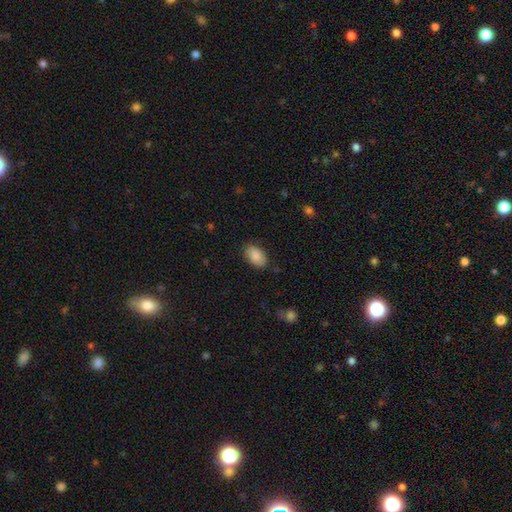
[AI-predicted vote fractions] smooth-or-featured: smooth: 87% | star or artifact: 7% | featured or disk: 6%
  how-rounded: in between: 93% | round: 5% | cigar-shaped: 1%
  merging: none: 85% | minor disturbance: 11% | major disturbance: 3% | merger: 1%